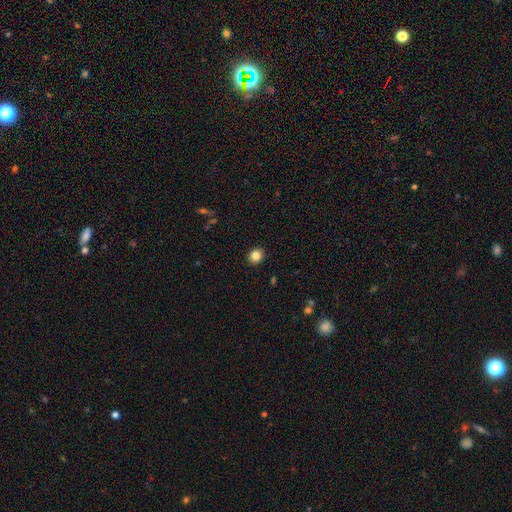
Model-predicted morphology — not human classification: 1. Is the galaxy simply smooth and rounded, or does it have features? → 83% smooth, 11% star or artifact, 6% featured or disk.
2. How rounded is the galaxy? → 76% round, 23% in between, 1% cigar-shaped.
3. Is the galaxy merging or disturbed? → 92% none, 6% minor disturbance, 2% major disturbance, 1% merger.